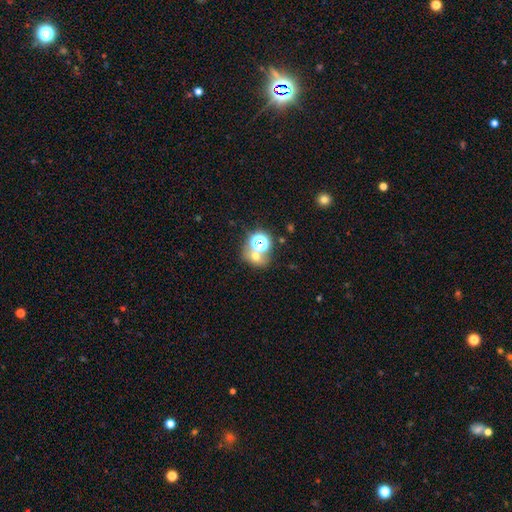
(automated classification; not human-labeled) A smooth galaxy with no disk features (57%) that is round (67%). Merging: none (51%).